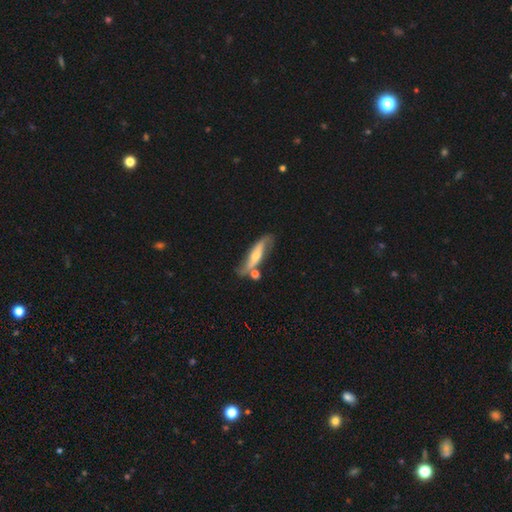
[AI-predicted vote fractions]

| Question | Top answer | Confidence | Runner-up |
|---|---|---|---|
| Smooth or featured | featured or disk | 64% | smooth (30%) |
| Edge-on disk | no | 62% | yes (38%) |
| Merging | none | 55% | minor disturbance (20%) |